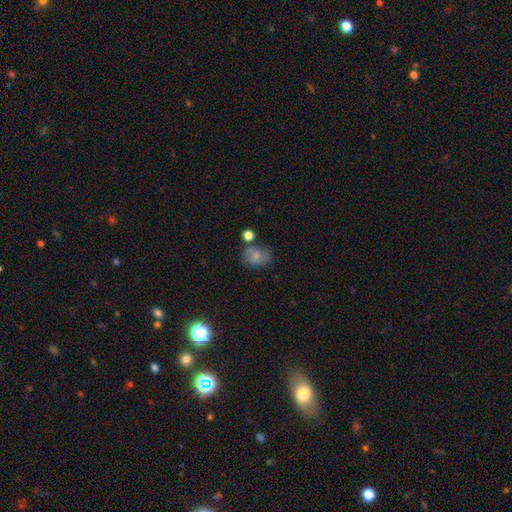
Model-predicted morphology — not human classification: Overall: smooth (65%). How rounded: in between (56%; round 43%). Merging: none (57%; minor disturbance 21%).